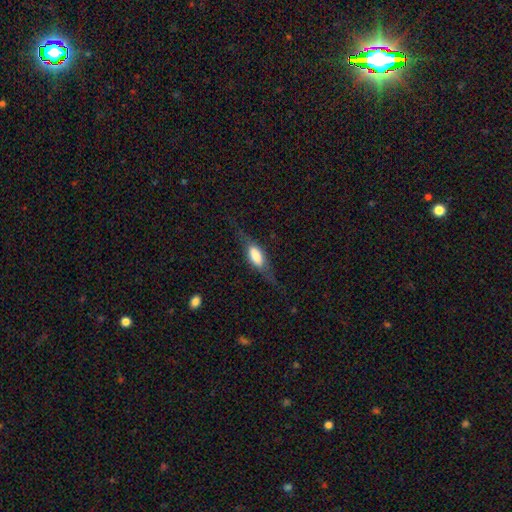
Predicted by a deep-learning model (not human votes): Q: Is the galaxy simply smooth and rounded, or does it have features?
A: featured or disk — 47%.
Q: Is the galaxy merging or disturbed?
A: none — 70%.